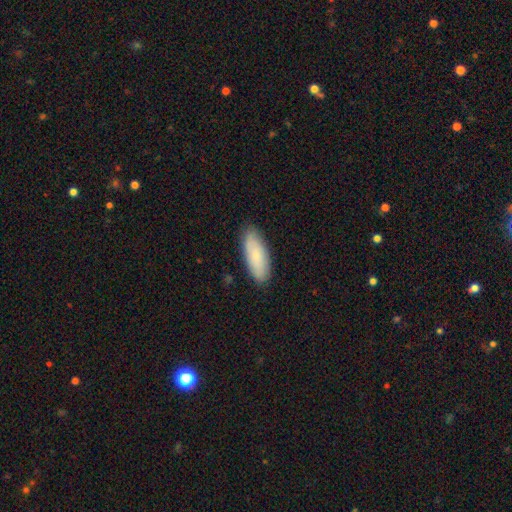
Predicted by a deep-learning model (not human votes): Overall: smooth (77%). How rounded: in between (71%). Merging: none (87%).